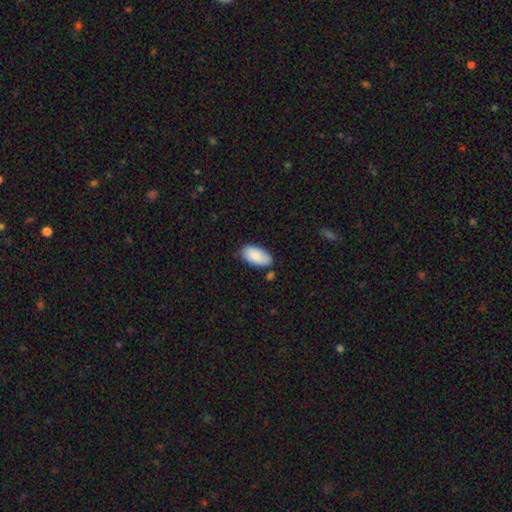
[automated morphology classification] A smooth galaxy with no disk features (87%) that is in between round and cigar-shaped (95%).

Vote fractions:
- Smooth or featured? smooth: 87% / featured or disk: 7% / star or artifact: 6%
- How rounded? in between: 95% / cigar-shaped: 3% / round: 2%
- Merging? none: 73% / minor disturbance: 20% / merger: 4% / major disturbance: 3%